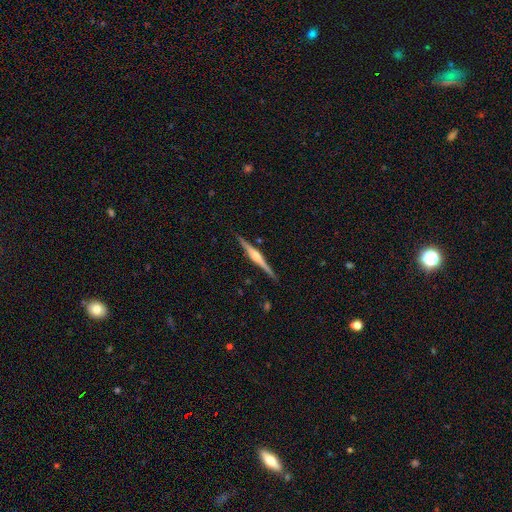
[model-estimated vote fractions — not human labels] Smooth or featured: featured or disk — 83% (smooth — 12%)
Edge-on disk: yes — 99% (no — 1%)
Edge-on bulge: rounded — 86% (boxy — 10%)
Merging: none — 91% (minor disturbance — 6%)